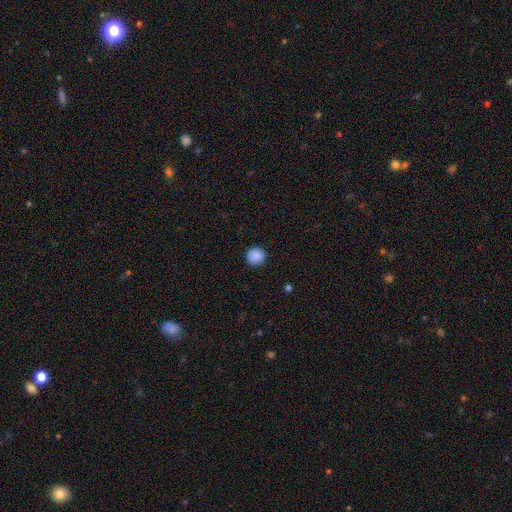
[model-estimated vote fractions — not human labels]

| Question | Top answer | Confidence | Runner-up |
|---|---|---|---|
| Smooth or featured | smooth | 88% | star or artifact (9%) |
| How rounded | round | 93% | in between (6%) |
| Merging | none | 89% | minor disturbance (8%) |